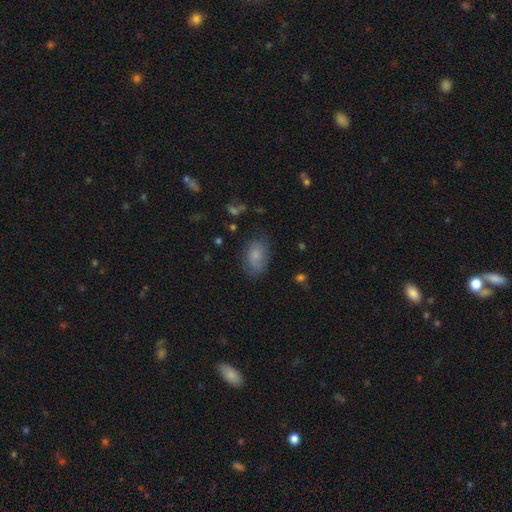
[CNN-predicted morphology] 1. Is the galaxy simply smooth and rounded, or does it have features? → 74% smooth, 17% featured or disk, 9% star or artifact.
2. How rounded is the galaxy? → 89% in between, 9% round, 2% cigar-shaped.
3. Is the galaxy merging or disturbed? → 72% none, 20% minor disturbance, 6% major disturbance, 2% merger.